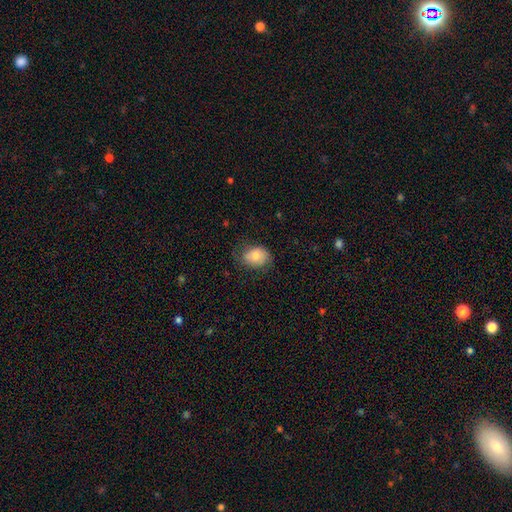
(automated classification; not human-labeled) smooth_or_featured: smooth (p=0.78) [alt: featured or disk p=0.14]
how_rounded: in between (p=0.64) [alt: round p=0.35]
merging: none (p=0.67) [alt: minor disturbance p=0.24]